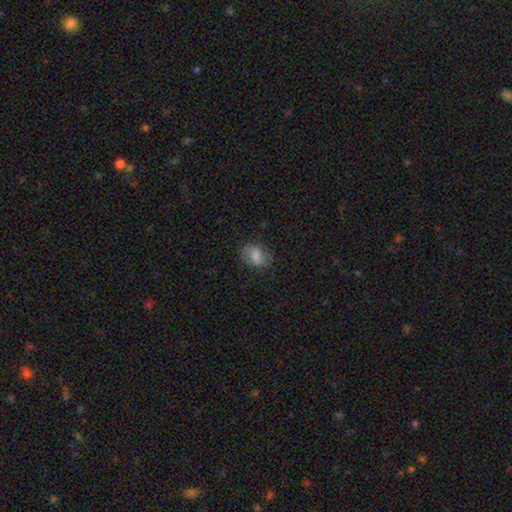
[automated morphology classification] Smooth or featured: smooth — 71% (featured or disk — 20%)
How rounded: in between — 68% (round — 31%)
Merging: none — 75% (minor disturbance — 18%)